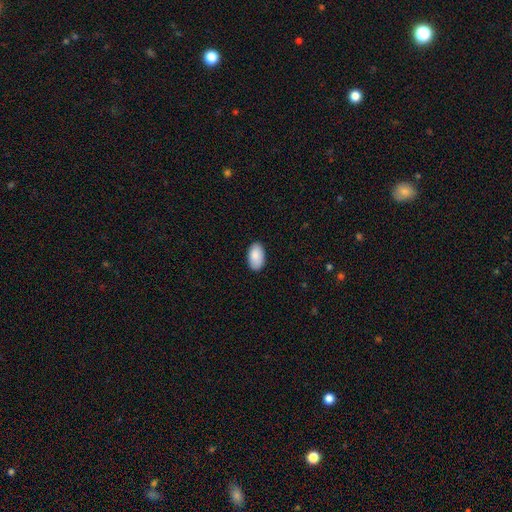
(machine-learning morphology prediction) type=smooth (89%); roundness=in between (95%); merging=none (87%).